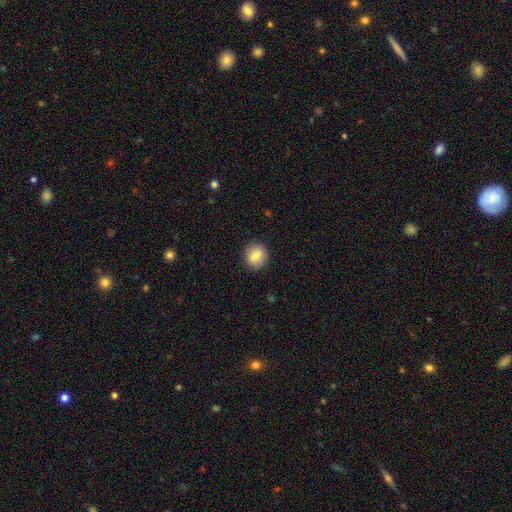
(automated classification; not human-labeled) This appears to be a smooth galaxy with no disk features (81%) that is round (83%). Merging: none (89%).